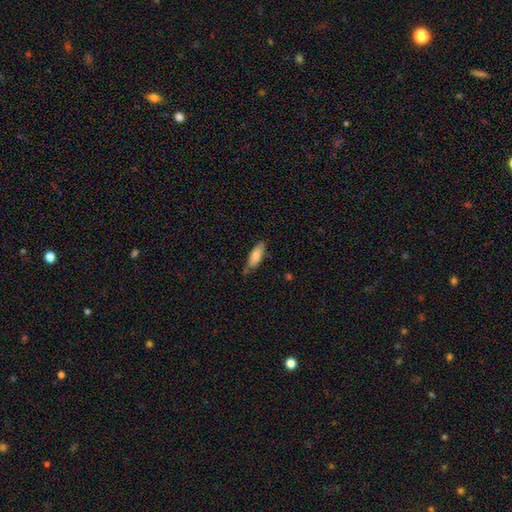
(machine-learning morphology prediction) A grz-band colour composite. It shows a smooth galaxy with no disk features (75%) that is in between round and cigar-shaped (62%). Merging: none (73%).